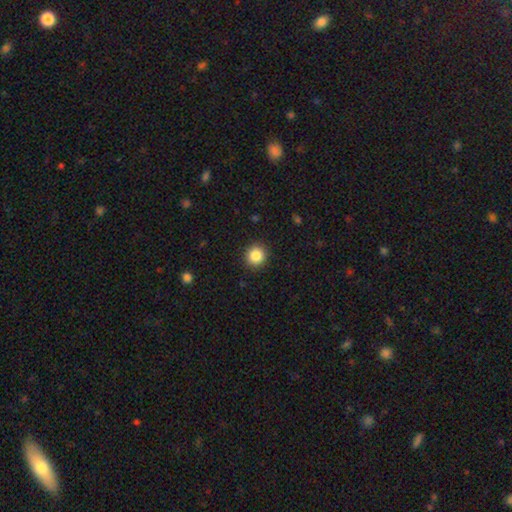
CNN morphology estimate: Overall: smooth (86%). How rounded: round (92%). Merging: none (92%).